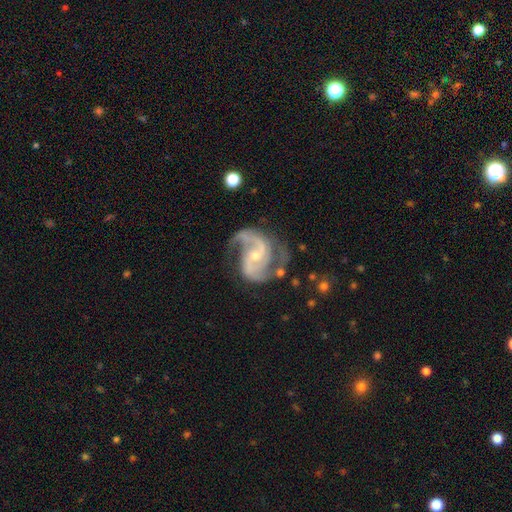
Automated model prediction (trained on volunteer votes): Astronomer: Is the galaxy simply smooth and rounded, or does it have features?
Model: featured or disk — 92%.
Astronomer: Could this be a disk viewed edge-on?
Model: no — 98%.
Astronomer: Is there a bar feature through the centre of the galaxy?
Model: weak — 41%, tied with no at 41%.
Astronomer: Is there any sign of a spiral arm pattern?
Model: yes — 98%.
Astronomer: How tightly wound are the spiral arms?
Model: medium — 59%.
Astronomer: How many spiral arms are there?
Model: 2 — 88%.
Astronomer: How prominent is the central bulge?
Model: small — 59% (runner-up: moderate, 37%).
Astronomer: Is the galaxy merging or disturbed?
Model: none — 64%.